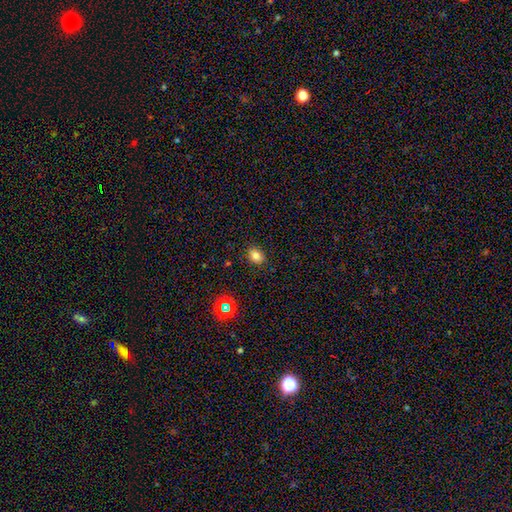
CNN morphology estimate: The model was most divided on "how rounded": in between: 56%, round: 43%, cigar-shaped: 1%. More confident: merging — none (85%); smooth or featured — smooth (78%).